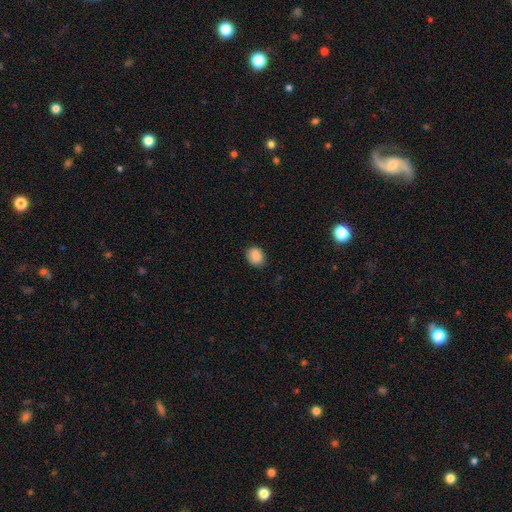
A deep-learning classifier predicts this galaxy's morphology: This is clearly a smooth galaxy (88%). How rounded: possibly in between (51%). Merging: clearly none (83%).